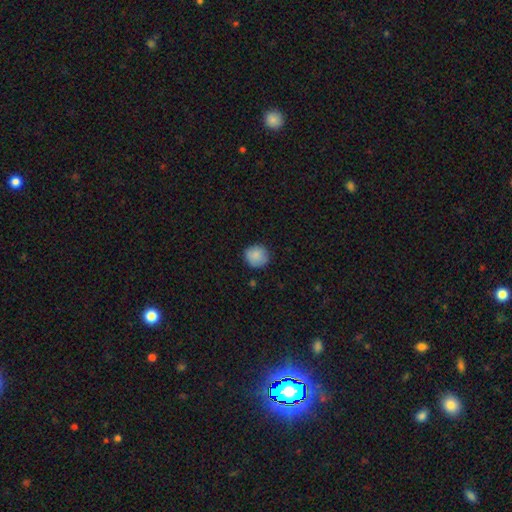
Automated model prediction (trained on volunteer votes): Overall: smooth (87%). How rounded: round (89%). Merging: none (84%).